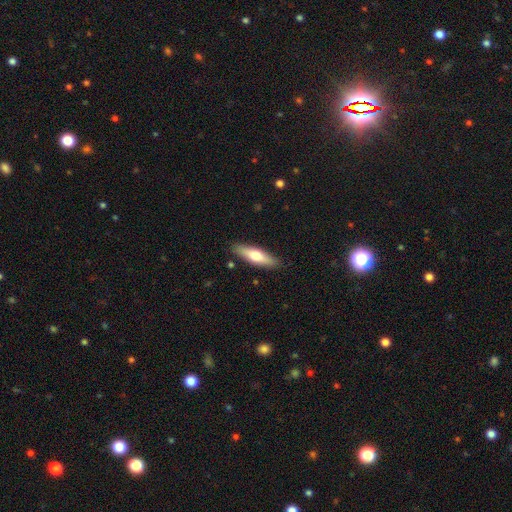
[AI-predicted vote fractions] A smooth galaxy with no disk features (59%) that is cigar-shaped (63%).

Vote fractions:
- Smooth or featured? smooth: 59% / featured or disk: 36% / star or artifact: 5%
- How rounded? cigar-shaped: 63% / in between: 35% / round: 2%
- Merging? none: 88% / minor disturbance: 9% / major disturbance: 2% / merger: 1%